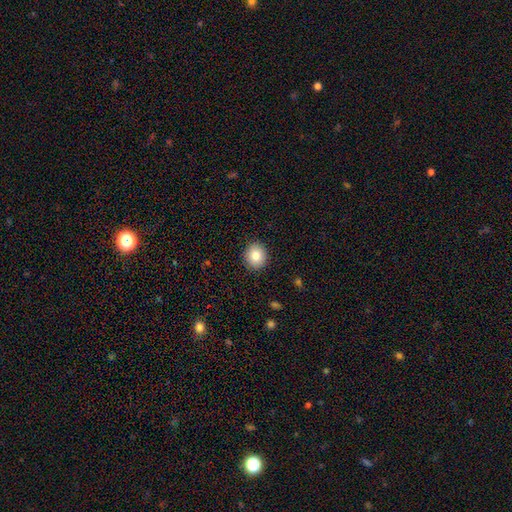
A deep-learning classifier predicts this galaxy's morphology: A smooth galaxy with no disk features (84%) that is round (73%). Merging: none (91%).